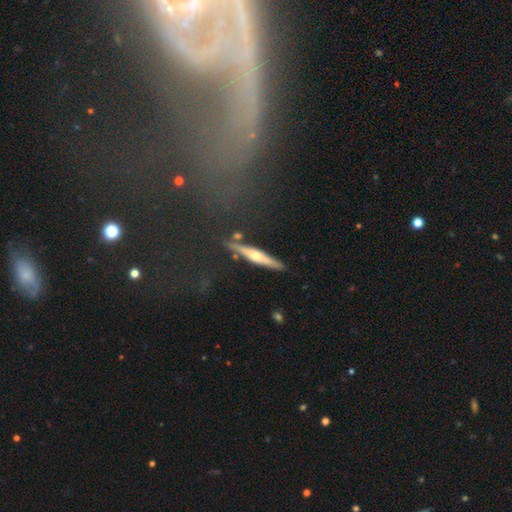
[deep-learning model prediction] Overall: featured or disk (61%; smooth 31%). Edge-on disk: yes (94%). Edge-on bulge: rounded (88%). Merging: none (82%).